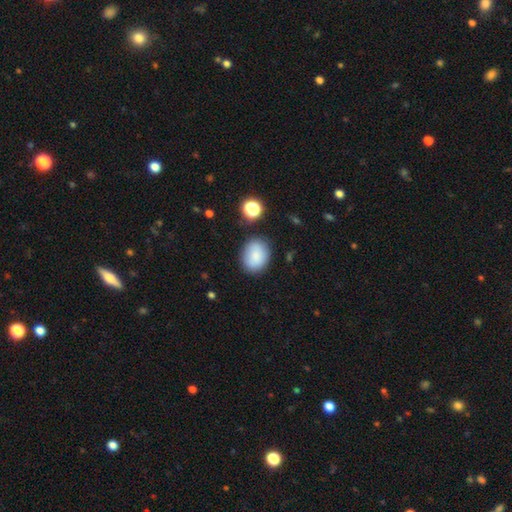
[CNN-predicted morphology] smooth 84%, star or artifact 9%, featured or disk 7%. Down the decision tree: how rounded — in between (60%); merging — none (81%).